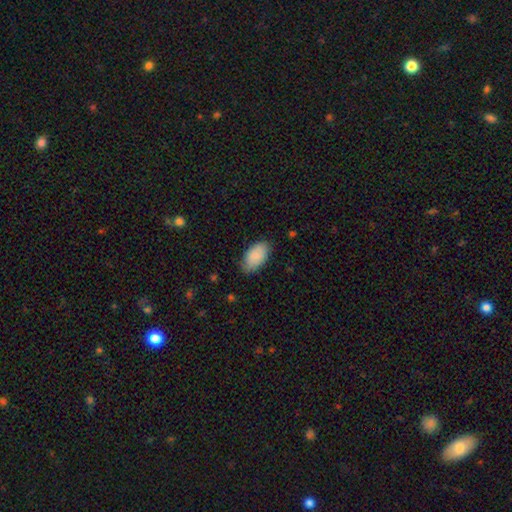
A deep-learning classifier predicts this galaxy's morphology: Smooth or featured? smooth (88%)
How rounded? in between (95%)
Merging? none (80%)